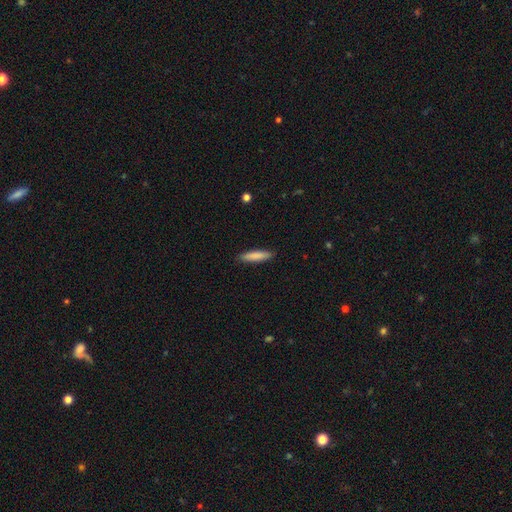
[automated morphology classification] Smooth or featured: smooth — 84% (featured or disk — 11%)
How rounded: cigar-shaped — 84% (in between — 15%)
Merging: none — 90% (minor disturbance — 8%)